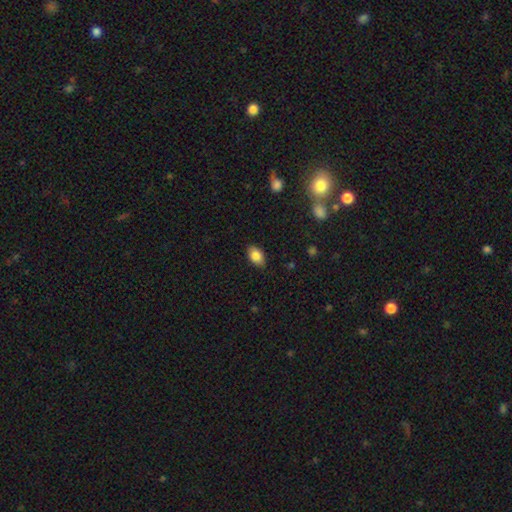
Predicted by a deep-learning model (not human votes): smooth_or_featured: smooth (p=0.82) [alt: featured or disk p=0.09]
how_rounded: in between (p=0.87) [alt: round p=0.11]
merging: none (p=0.84) [alt: minor disturbance p=0.13]